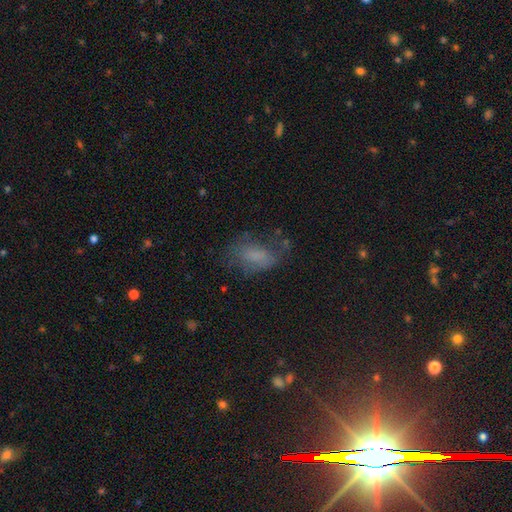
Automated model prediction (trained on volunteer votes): Overall: smooth (60%; featured or disk 26%). How rounded: in between (87%). Merging: none (49%; minor disturbance 25%).